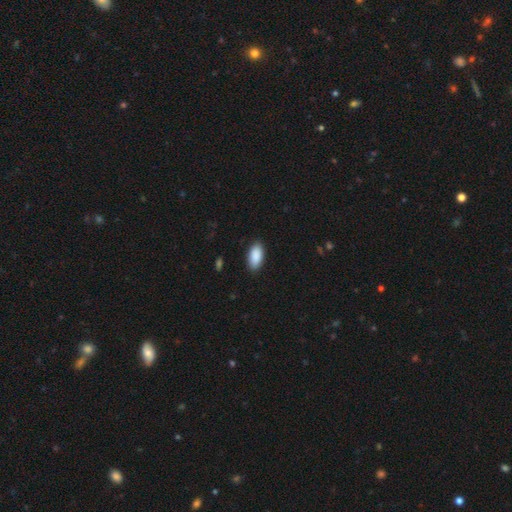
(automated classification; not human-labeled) The model was most divided on "merging": none: 89%, minor disturbance: 8%, major disturbance: 2%, merger: 1%. More confident: how rounded — in between (93%); smooth or featured — smooth (91%).